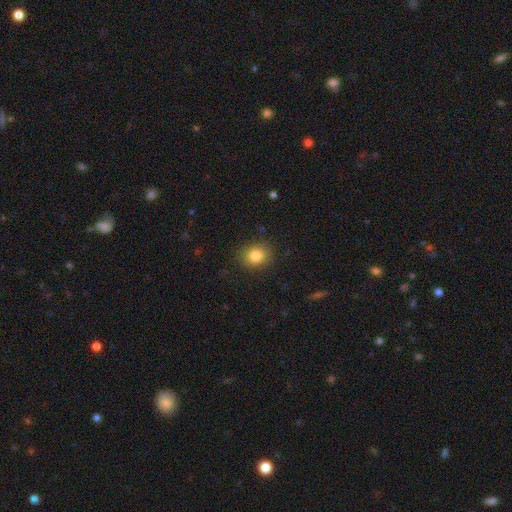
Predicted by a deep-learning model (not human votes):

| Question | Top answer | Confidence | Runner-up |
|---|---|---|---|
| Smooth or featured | smooth | 83% | star or artifact (11%) |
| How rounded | round | 69% | in between (30%) |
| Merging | none | 86% | minor disturbance (10%) |